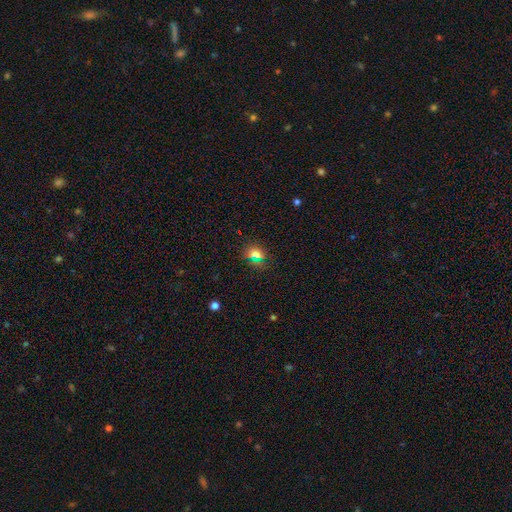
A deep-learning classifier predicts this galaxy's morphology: A smooth galaxy with no disk features (66%) that is round (64%).

Vote fractions:
- Smooth or featured? smooth: 66% / star or artifact: 26% / featured or disk: 8%
- How rounded? round: 64% / in between: 33% / cigar-shaped: 3%
- Merging? none: 84% / minor disturbance: 10% / major disturbance: 4% / merger: 3%